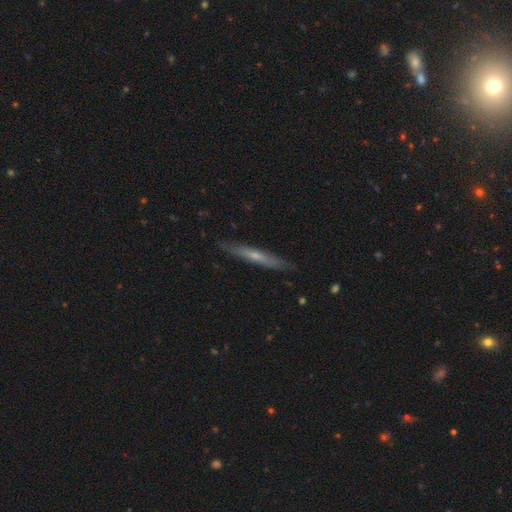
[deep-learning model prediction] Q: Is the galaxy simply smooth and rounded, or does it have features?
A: featured or disk — 51%.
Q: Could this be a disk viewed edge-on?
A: yes — 90%.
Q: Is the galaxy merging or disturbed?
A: none — 86%.